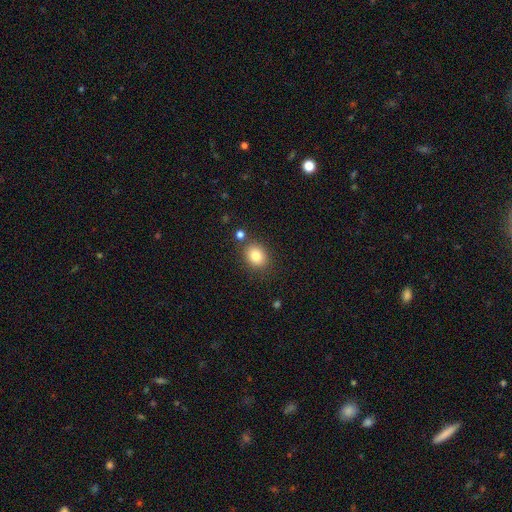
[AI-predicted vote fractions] smooth 84%, star or artifact 10%, featured or disk 6%. Down the decision tree: how rounded — round (53%); merging — none (79%).